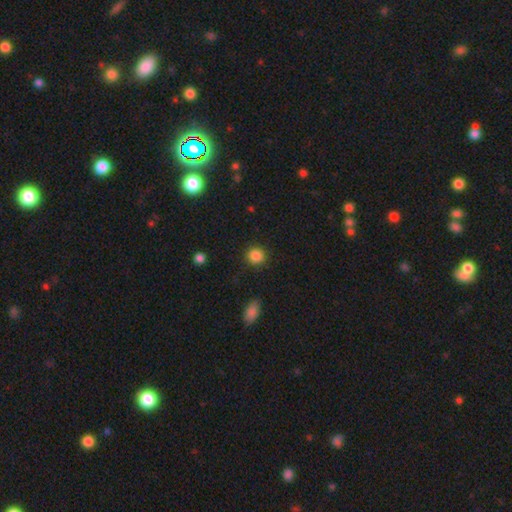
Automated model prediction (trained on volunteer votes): Smooth or featured: smooth — 86% (star or artifact — 11%)
How rounded: round — 91% (in between — 8%)
Merging: none — 89% (minor disturbance — 8%)